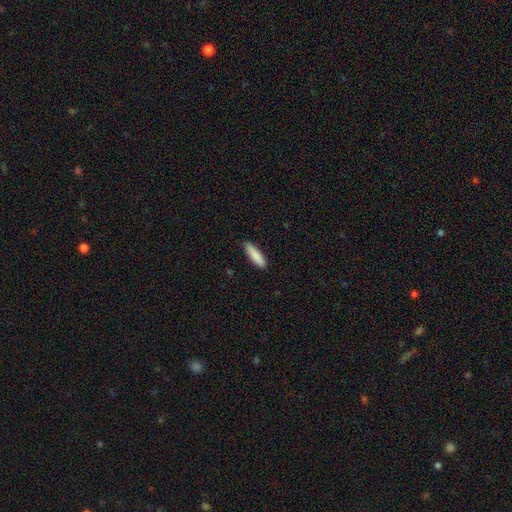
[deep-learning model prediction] Smooth or featured? smooth (86%)
How rounded? cigar-shaped (72%)
Merging? none (88%)